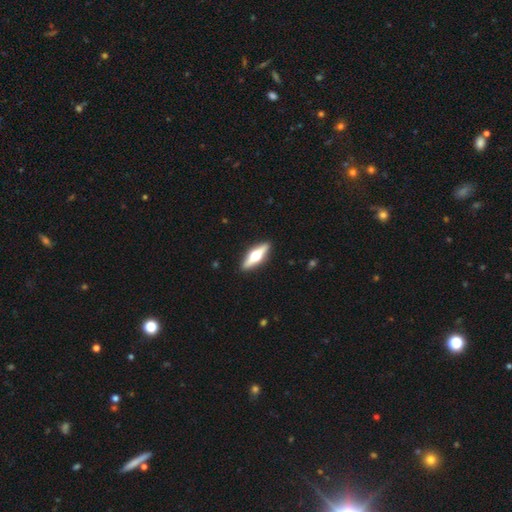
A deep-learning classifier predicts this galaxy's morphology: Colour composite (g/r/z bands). It shows a featured or disk galaxy (66%) viewed edge-on (95%) with a rounded central bulge (96%). Merging: none (91%).